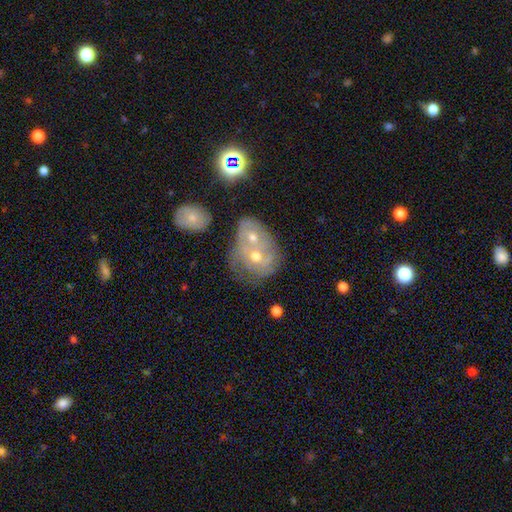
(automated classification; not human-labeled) Overall: featured or disk (62%; smooth 22%). Edge-on disk: no (96%). Bar: no (76%). Spiral arms: yes (67%; no 33%). Bulge size: moderate (55%; small 40%). Merging: merger (52%; none 30%).